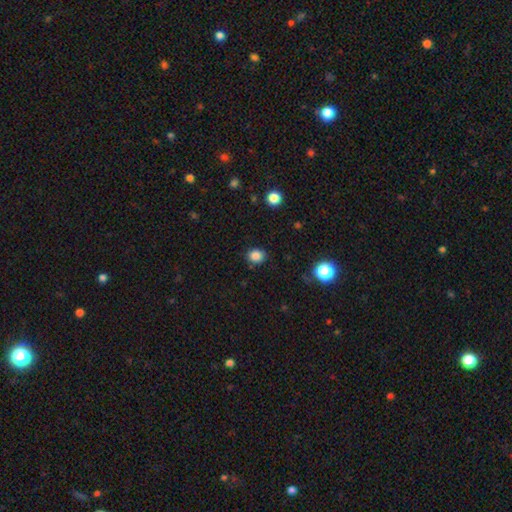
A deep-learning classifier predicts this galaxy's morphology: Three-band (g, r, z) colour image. It shows a smooth galaxy with no disk features (85%) that is round (56%). Merging: none (85%).